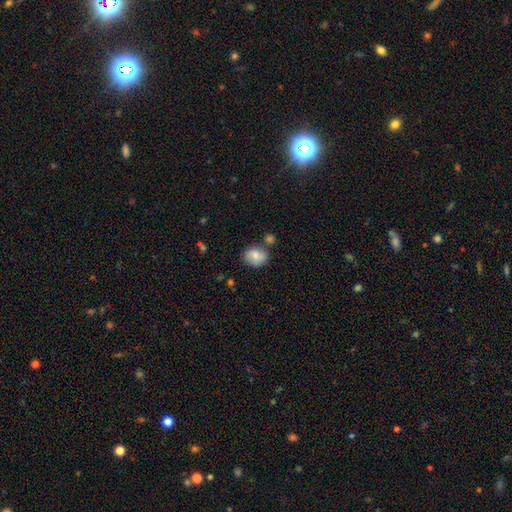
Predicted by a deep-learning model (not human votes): smooth 79%, featured or disk 13%, star or artifact 8%. Down the decision tree: how rounded — round (50%); merging — none (68%).